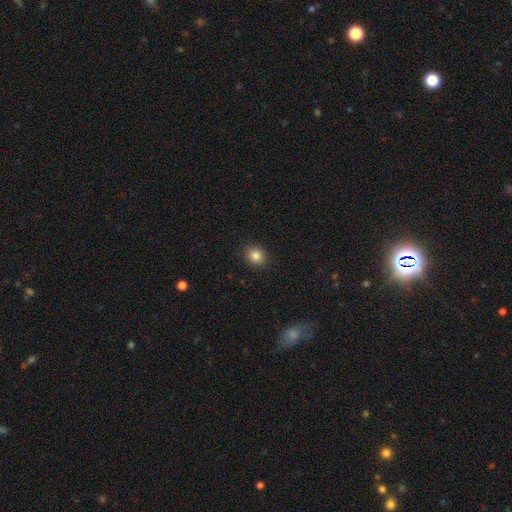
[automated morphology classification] smooth_or_featured: smooth (p=0.85) [alt: star or artifact p=0.11]
how_rounded: round (p=0.72) [alt: in between p=0.27]
merging: none (p=0.90) [alt: minor disturbance p=0.07]